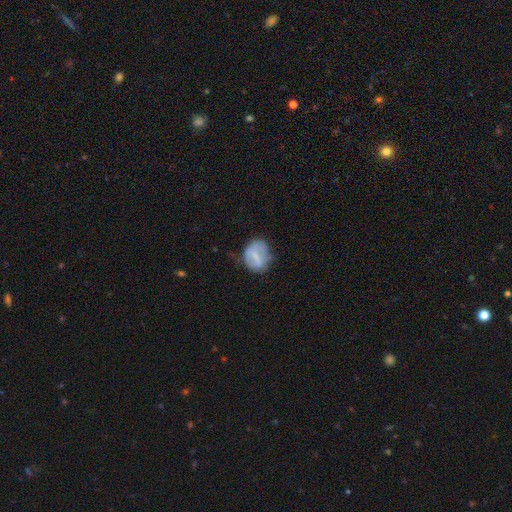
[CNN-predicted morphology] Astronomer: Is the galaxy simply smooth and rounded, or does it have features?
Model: smooth — 55% (runner-up: featured or disk, 37%).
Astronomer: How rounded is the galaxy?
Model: round — 50% (runner-up: in between, 48%).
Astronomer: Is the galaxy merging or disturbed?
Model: none — 56%.